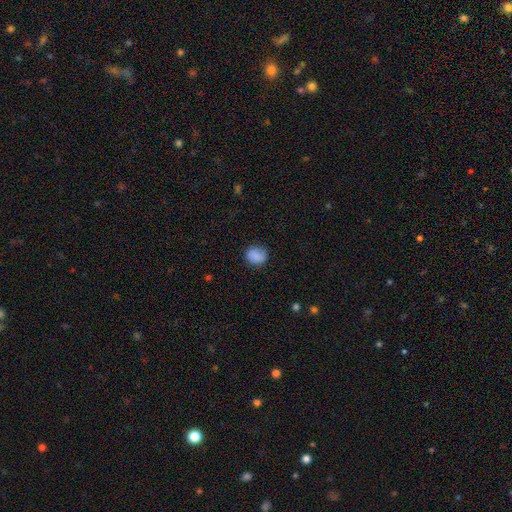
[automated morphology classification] The model was most divided on "how rounded": round: 72%, in between: 27%, cigar-shaped: 1%. More confident: smooth or featured — smooth (87%); merging — none (83%).